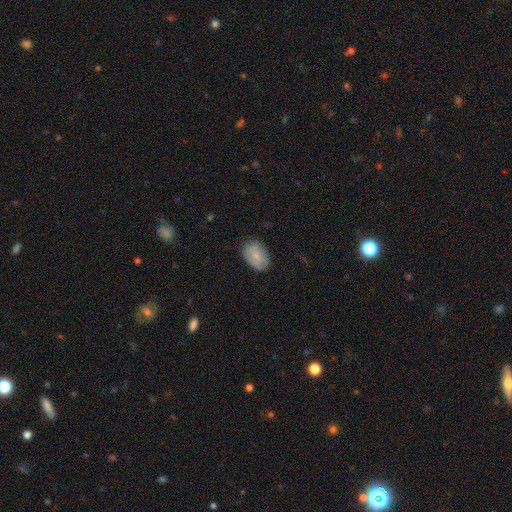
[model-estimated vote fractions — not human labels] A smooth galaxy with no disk features (79%) that is in between round and cigar-shaped (83%). Merging: none (80%).